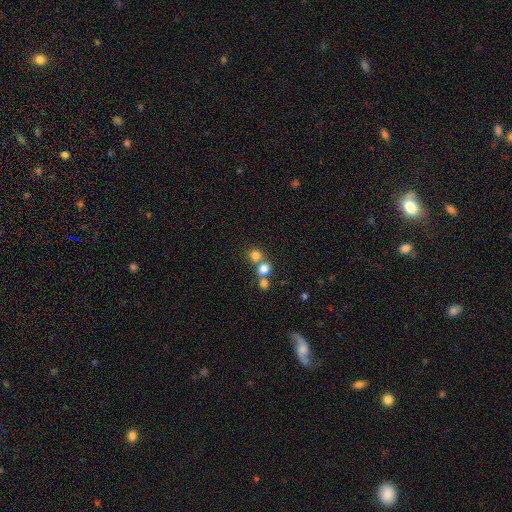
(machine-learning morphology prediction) Smooth or featured? smooth (76%)
How rounded? round (86%)
Merging? none (50%)